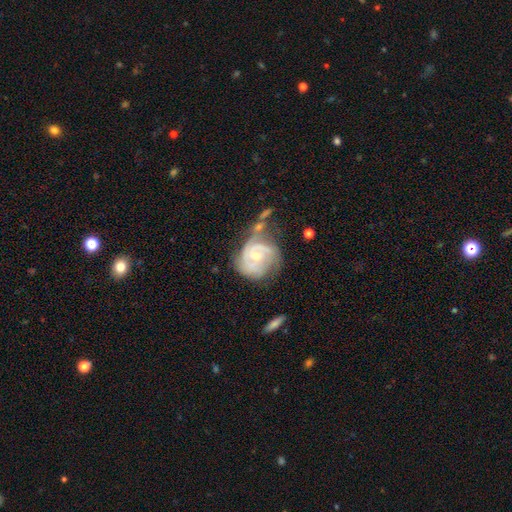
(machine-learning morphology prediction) smooth_or_featured: featured or disk (p=0.76) [alt: smooth p=0.18]
disk_edge_on: no (p=0.97) [alt: yes p=0.03]
bar: no (p=0.62) [alt: weak p=0.32]
has_spiral_arms: yes (p=0.86) [alt: no p=0.14]
spiral_winding: tight (p=0.55) [alt: medium p=0.33]
spiral_arm_count: 2 (p=0.37) [alt: can't tell p=0.32]
bulge_size: small (p=0.51) [alt: moderate p=0.44]
merging: none (p=0.32) [alt: major disturbance p=0.26]